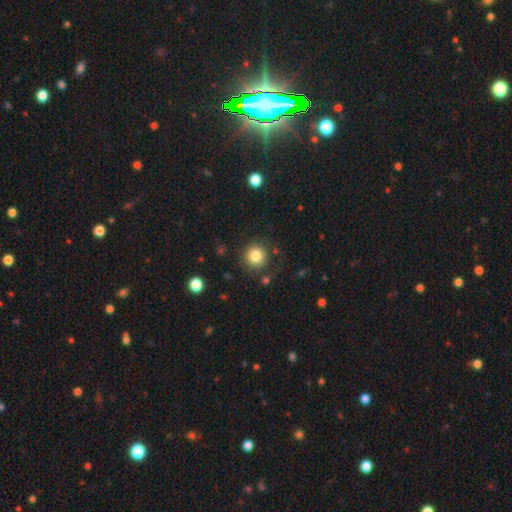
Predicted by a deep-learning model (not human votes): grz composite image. It shows a smooth galaxy with no disk features (82%) that is round (93%). Merging: none (84%).